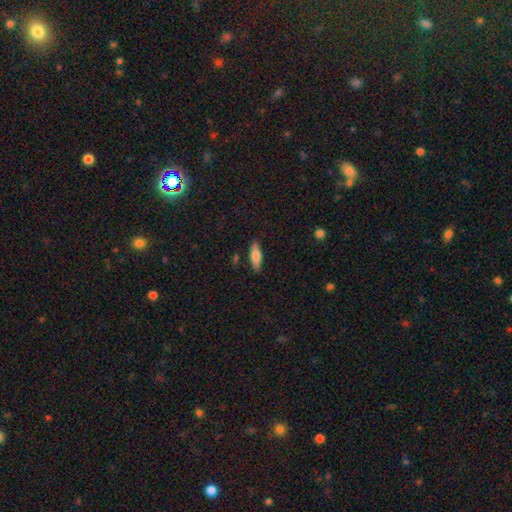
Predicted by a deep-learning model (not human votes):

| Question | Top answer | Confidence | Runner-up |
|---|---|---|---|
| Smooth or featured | smooth | 77% | featured or disk (17%) |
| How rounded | in between | 53% | cigar-shaped (45%) |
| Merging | none | 85% | minor disturbance (10%) |